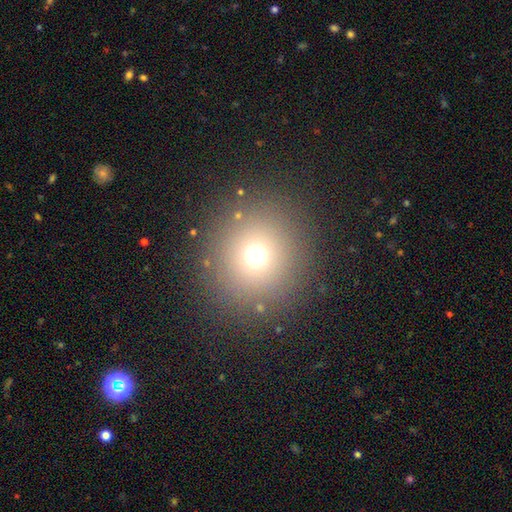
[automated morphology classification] A smooth galaxy with no disk features (68%) that is round (93%). Merging: none (87%).